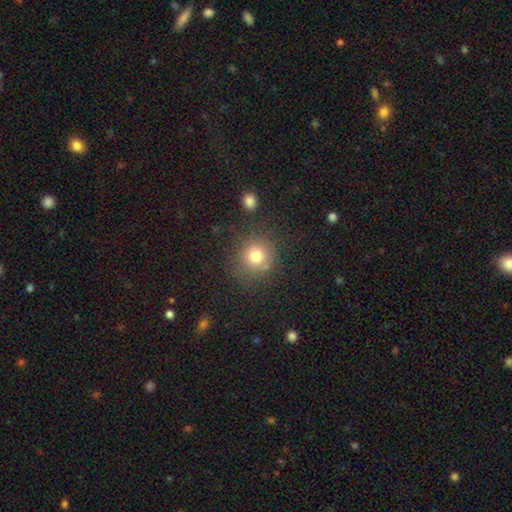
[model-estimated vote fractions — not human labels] Smooth or featured? smooth (77%)
How rounded? round (89%)
Merging? none (77%)